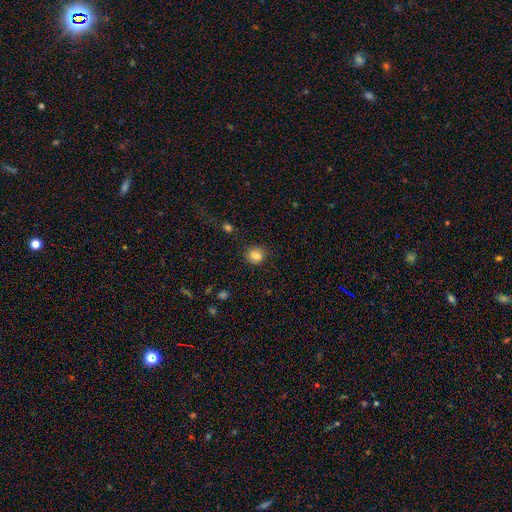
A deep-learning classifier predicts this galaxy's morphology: smooth 84%, star or artifact 11%, featured or disk 6%. Down the decision tree: how rounded — round (83%); merging — none (84%).